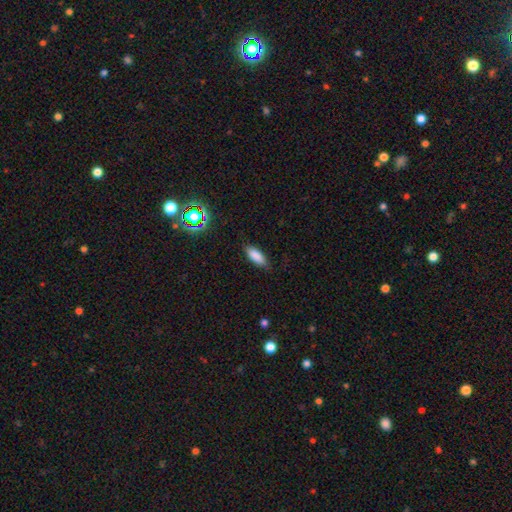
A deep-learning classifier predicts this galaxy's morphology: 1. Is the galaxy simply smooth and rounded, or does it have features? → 85% smooth, 9% star or artifact, 6% featured or disk.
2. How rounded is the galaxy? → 79% in between, 19% cigar-shaped, 2% round.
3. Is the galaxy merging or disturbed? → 83% none, 13% minor disturbance, 3% major disturbance, 1% merger.